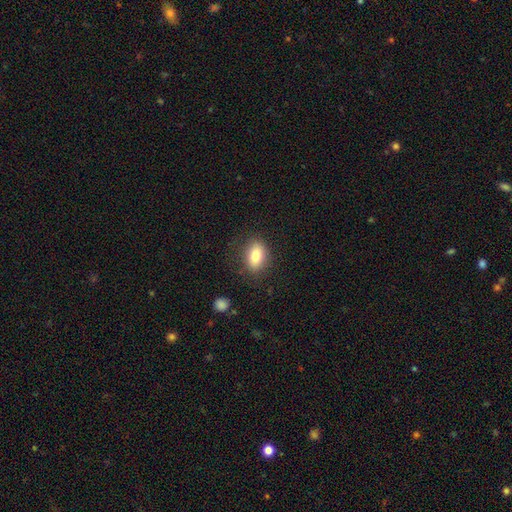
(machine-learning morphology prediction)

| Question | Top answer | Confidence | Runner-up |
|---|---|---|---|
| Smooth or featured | smooth | 81% | featured or disk (11%) |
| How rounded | in between | 83% | round (15%) |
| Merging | none | 81% | minor disturbance (13%) |